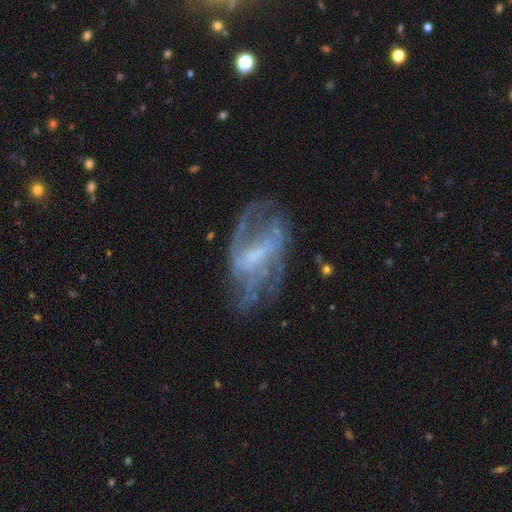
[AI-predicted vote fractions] Smooth or featured? featured or disk (80%)
Edge-on disk? no (95%)
Bar? weak (49%)
Spiral arms? yes (79%)
Spiral winding? medium (42%)
Spiral arm count? can't tell (38%)
Bulge size? small (38%)
Merging? none (51%)